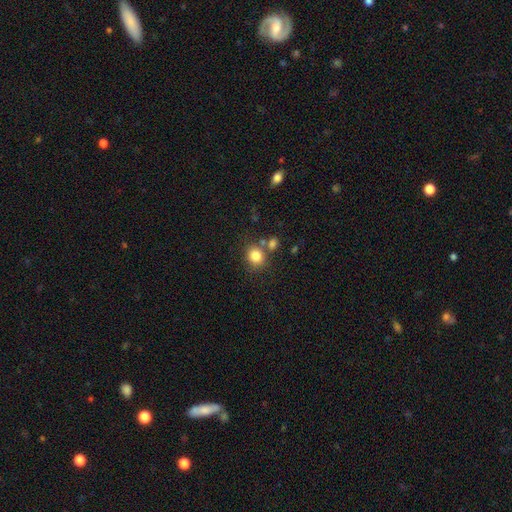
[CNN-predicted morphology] A smooth galaxy with no disk features (82%) that is round (76%). Merging: none (68%).